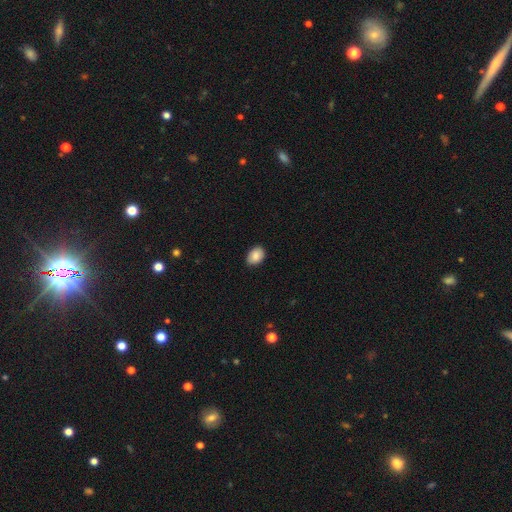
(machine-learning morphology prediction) A smooth galaxy with no disk features (87%) that is in between round and cigar-shaped (75%).

Vote fractions:
- Smooth or featured? smooth: 87% / star or artifact: 7% / featured or disk: 6%
- How rounded? in between: 75% / round: 24% / cigar-shaped: 1%
- Merging? none: 86% / minor disturbance: 11% / major disturbance: 2% / merger: 1%